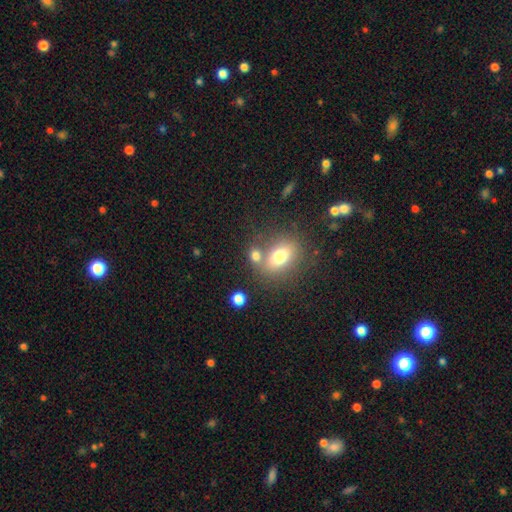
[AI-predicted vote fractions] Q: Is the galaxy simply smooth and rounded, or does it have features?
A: smooth — 74%.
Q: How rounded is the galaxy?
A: in between — 59%.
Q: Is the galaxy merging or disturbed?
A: none — 51%.